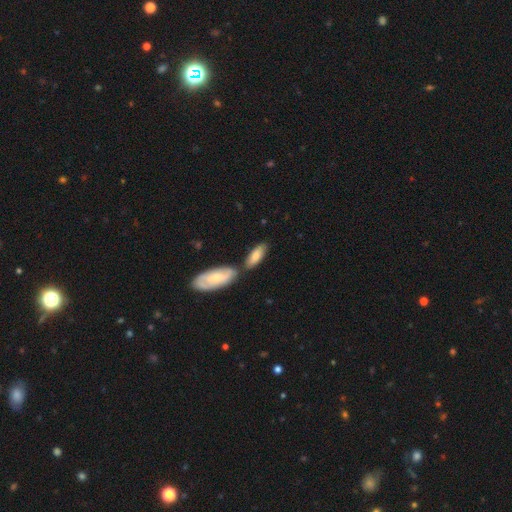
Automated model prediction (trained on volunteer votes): The model was most divided on "merging": none: 56%, merger: 26%, minor disturbance: 14%, major disturbance: 4%. More confident: smooth or featured — smooth (75%); how rounded — in between (72%).